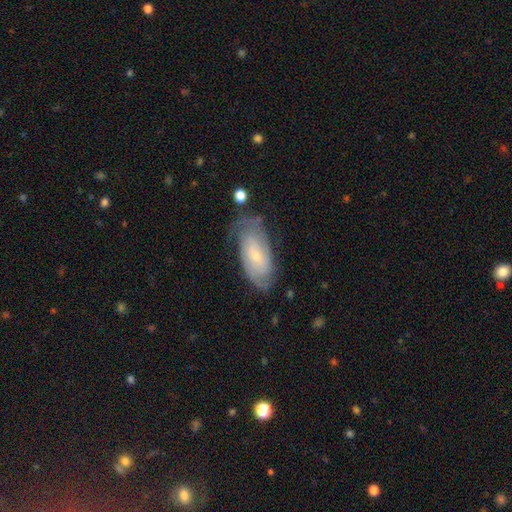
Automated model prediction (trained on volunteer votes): Q: Smooth or featured?
A: featured or disk (72%); runner-up: smooth (21%)
Q: Edge-on disk?
A: no (94%); runner-up: yes (6%)
Q: Bar?
A: no (63%); runner-up: weak (29%)
Q: Spiral arms?
A: yes (90%); runner-up: no (10%)
Q: Spiral winding?
A: tight (55%); runner-up: medium (33%)
Q: Spiral arm count?
A: 2 (53%); runner-up: can't tell (30%)
Q: Bulge size?
A: small (76%); runner-up: moderate (20%)
Q: Merging?
A: none (65%); runner-up: minor disturbance (23%)